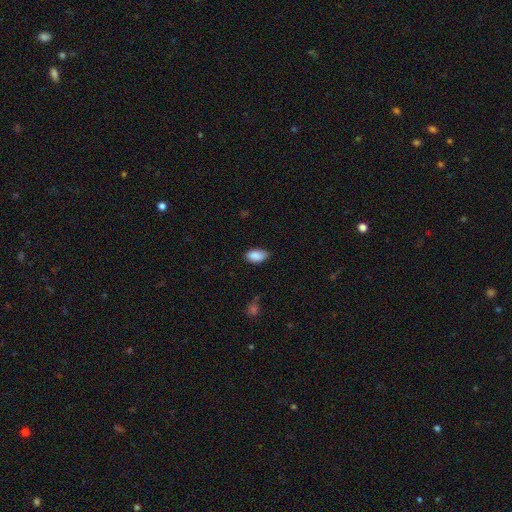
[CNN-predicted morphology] smooth-or-featured: smooth: 89% | star or artifact: 7% | featured or disk: 4%
  how-rounded: in between: 94% | round: 4% | cigar-shaped: 3%
  merging: none: 76% | minor disturbance: 20% | major disturbance: 3% | merger: 1%